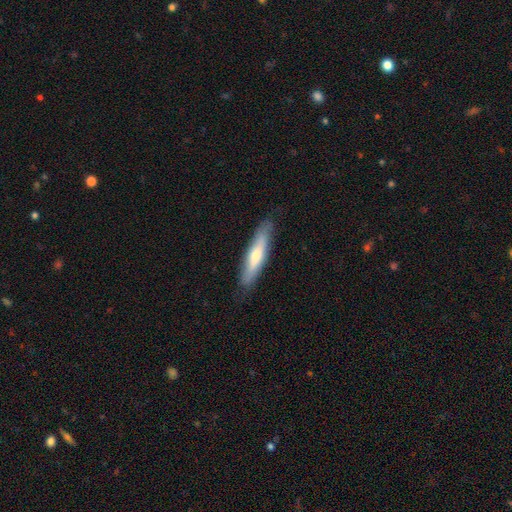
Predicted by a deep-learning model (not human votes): This appears to be a smooth galaxy with no disk features (57%) that is cigar-shaped (81%). Merging: none (85%).